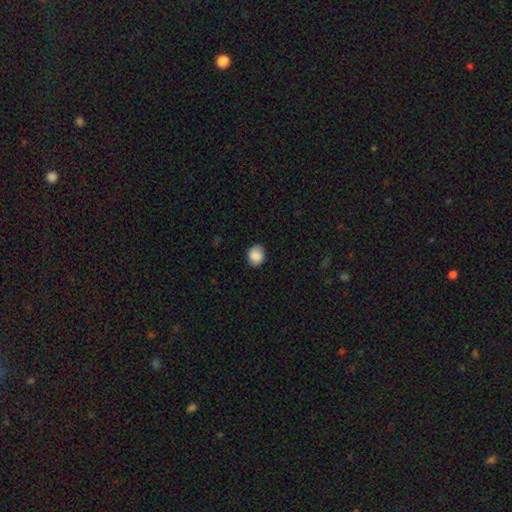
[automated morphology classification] smooth 88%, star or artifact 8%, featured or disk 4%. Down the decision tree: how rounded — round (70%); merging — none (87%).